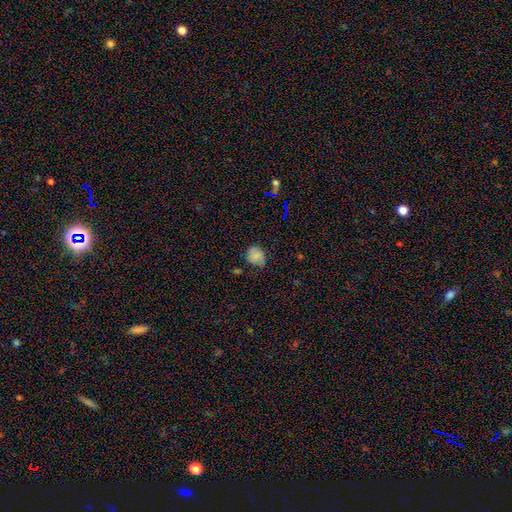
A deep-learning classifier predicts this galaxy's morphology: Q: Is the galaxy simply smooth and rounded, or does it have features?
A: smooth — 75%.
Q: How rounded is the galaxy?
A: round — 59%.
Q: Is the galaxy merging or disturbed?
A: none — 57%.